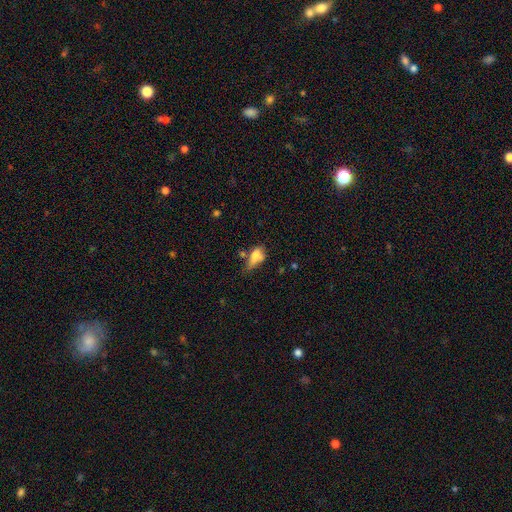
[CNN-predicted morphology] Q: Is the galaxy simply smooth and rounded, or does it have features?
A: smooth — 67%.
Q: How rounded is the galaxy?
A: in between — 81%.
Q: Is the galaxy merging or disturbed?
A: minor disturbance — 32%.